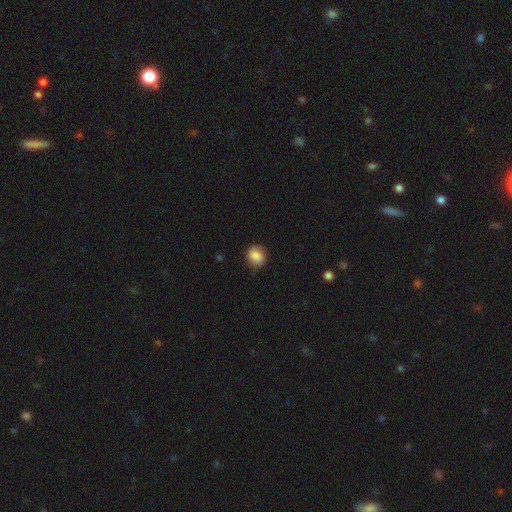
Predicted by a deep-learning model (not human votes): smooth_or_featured: smooth (p=0.83) [alt: featured or disk p=0.09]
how_rounded: round (p=0.78) [alt: in between p=0.21]
merging: none (p=0.81) [alt: minor disturbance p=0.14]